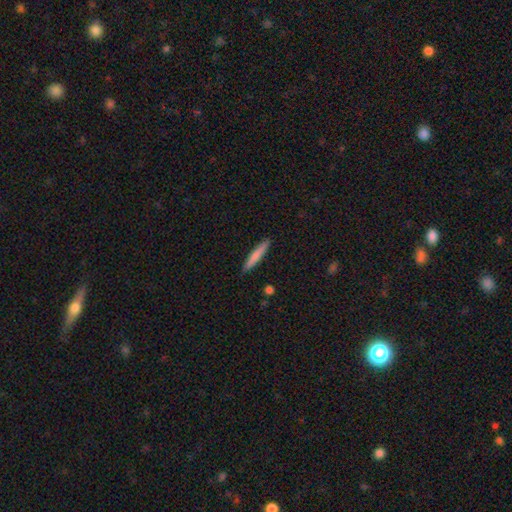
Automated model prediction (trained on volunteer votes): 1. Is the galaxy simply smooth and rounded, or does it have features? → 74% smooth, 20% featured or disk, 6% star or artifact.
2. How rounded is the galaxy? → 94% cigar-shaped, 5% in between, 1% round.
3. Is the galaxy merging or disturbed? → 90% none, 7% minor disturbance, 2% major disturbance, 1% merger.